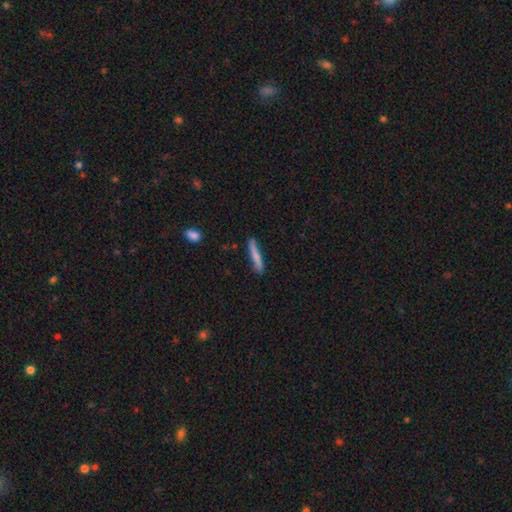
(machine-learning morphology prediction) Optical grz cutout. It shows a smooth galaxy with no disk features (69%) that is cigar-shaped (93%). Merging: none (81%).